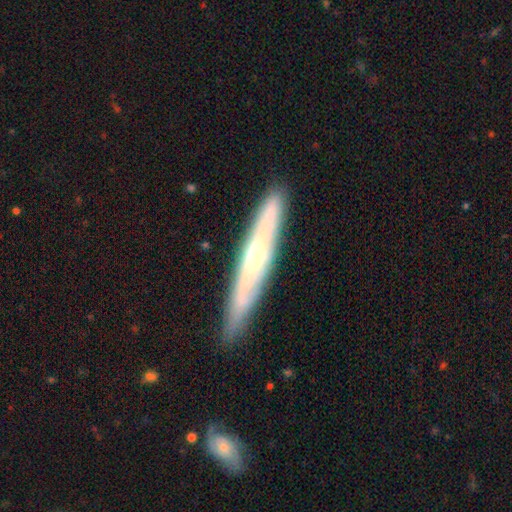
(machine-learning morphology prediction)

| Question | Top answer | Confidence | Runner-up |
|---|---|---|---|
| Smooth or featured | featured or disk | 63% | smooth (30%) |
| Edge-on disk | yes | 80% | no (20%) |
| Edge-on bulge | rounded | 59% | none (33%) |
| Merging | none | 85% | minor disturbance (12%) |